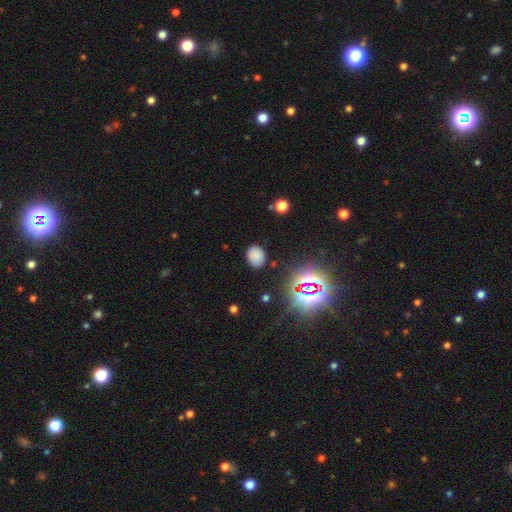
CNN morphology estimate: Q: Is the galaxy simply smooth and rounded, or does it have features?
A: smooth — 76%.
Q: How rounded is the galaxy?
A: round — 56%.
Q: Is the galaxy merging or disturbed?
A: none — 83%.